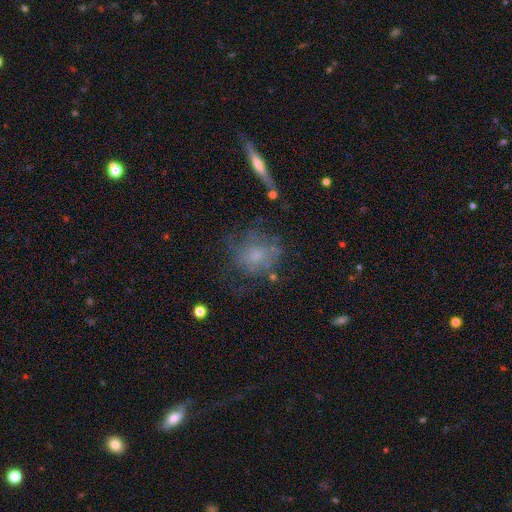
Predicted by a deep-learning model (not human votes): This appears to be a smooth galaxy with no disk features (47%). Merging: none (52%).